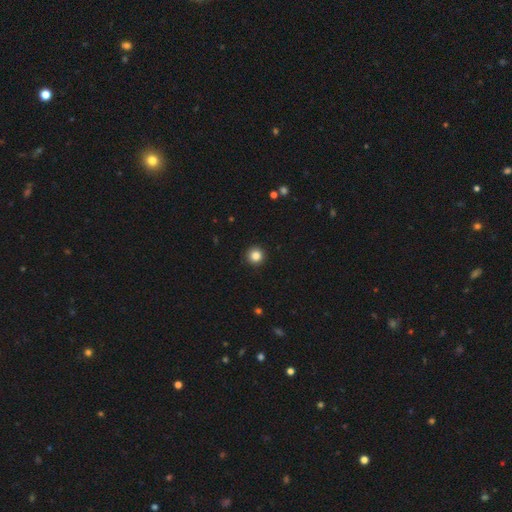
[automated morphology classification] A smooth galaxy with no disk features (85%) that is round (96%). Merging: none (93%).